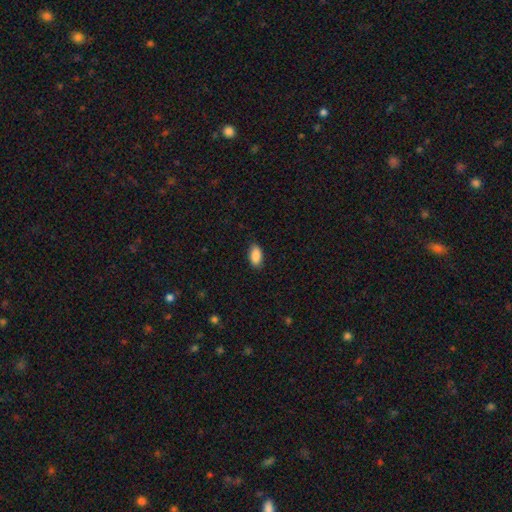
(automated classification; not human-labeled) Smooth or featured? Predicted: smooth (p=0.89). How rounded? Predicted: in between (p=0.93). Merging? Predicted: none (p=0.86).